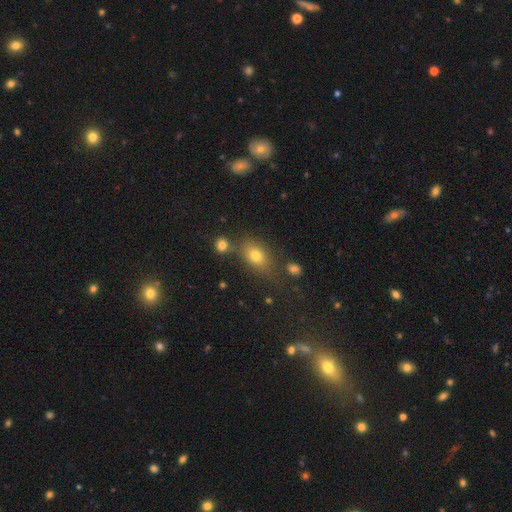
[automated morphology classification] smooth_or_featured: smooth (p=0.74) [alt: star or artifact p=0.13]
how_rounded: in between (p=0.76) [alt: round p=0.21]
merging: none (p=0.64) [alt: minor disturbance p=0.16]